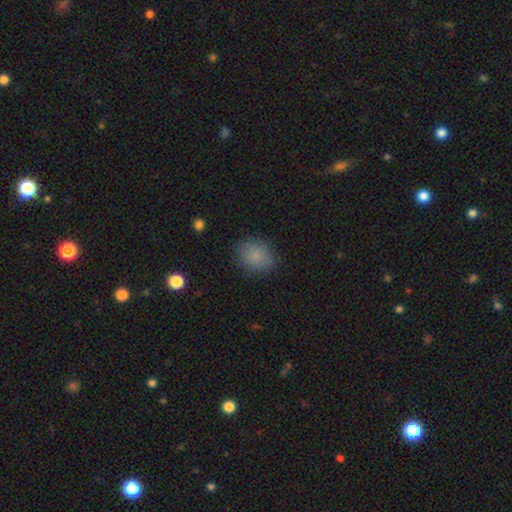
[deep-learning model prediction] Morphology: type=smooth (84%); roundness=round (51%); merging=none (82%).